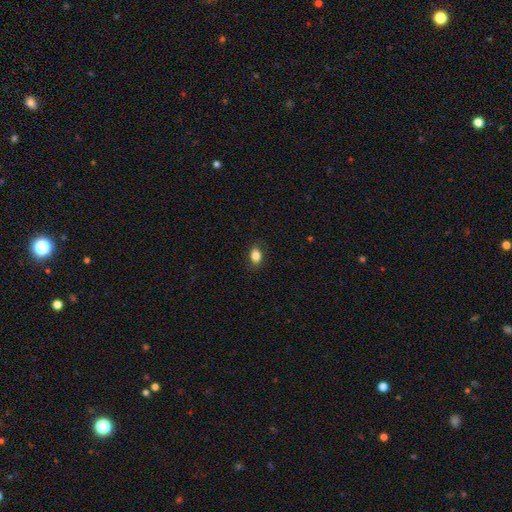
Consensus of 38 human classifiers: This is clearly a smooth galaxy (87%). How rounded: likely in between (67%). Merging: clearly none (92%).